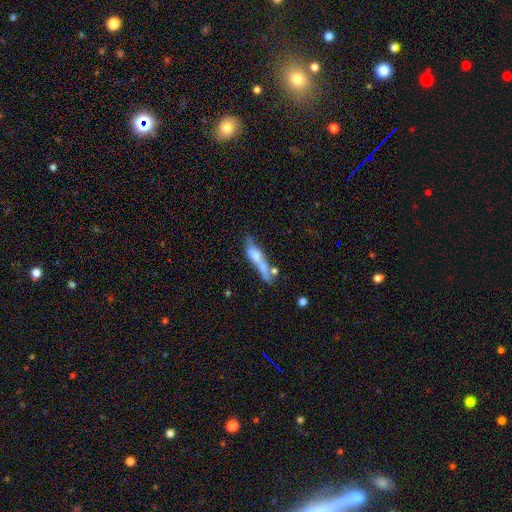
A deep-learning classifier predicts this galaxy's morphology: This appears to be a smooth galaxy with no disk features (51%) that is cigar-shaped (70%). Merging: merger (35%).